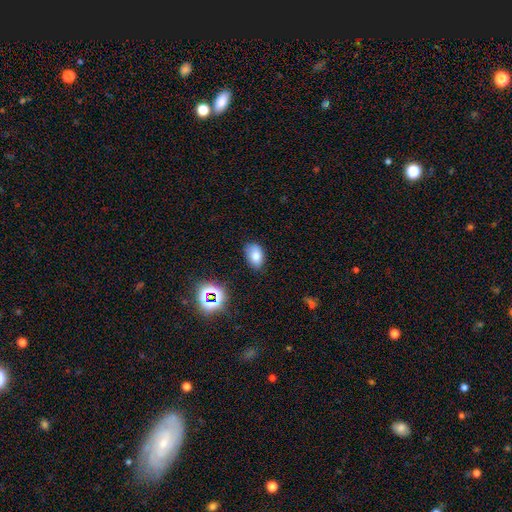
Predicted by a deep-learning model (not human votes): smooth_or_featured: smooth (p=0.76) [alt: star or artifact p=0.13]
how_rounded: in between (p=0.88) [alt: round p=0.11]
merging: none (p=0.72) [alt: minor disturbance p=0.22]